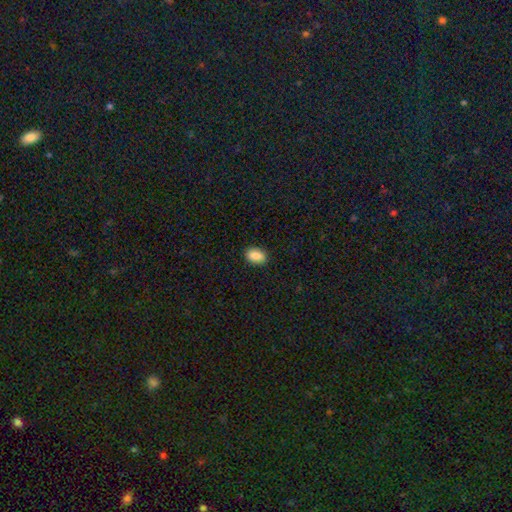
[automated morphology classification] The model was most divided on "how rounded": in between: 85%, round: 13%, cigar-shaped: 2%. More confident: merging — none (89%); smooth or featured — smooth (88%).